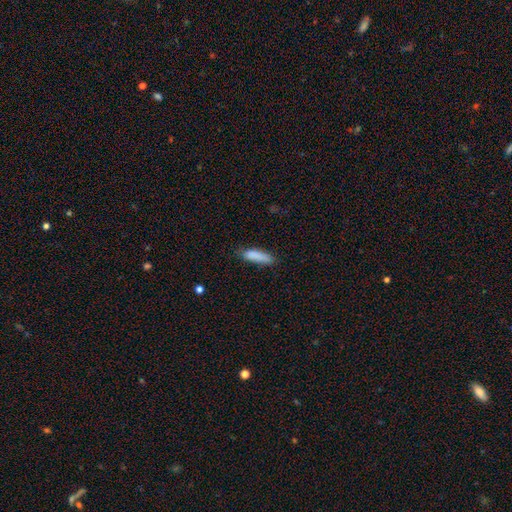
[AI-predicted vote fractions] Q: Smooth or featured?
A: smooth (86%); runner-up: featured or disk (7%)
Q: How rounded?
A: cigar-shaped (65%); runner-up: in between (34%)
Q: Merging?
A: none (73%); runner-up: minor disturbance (21%)